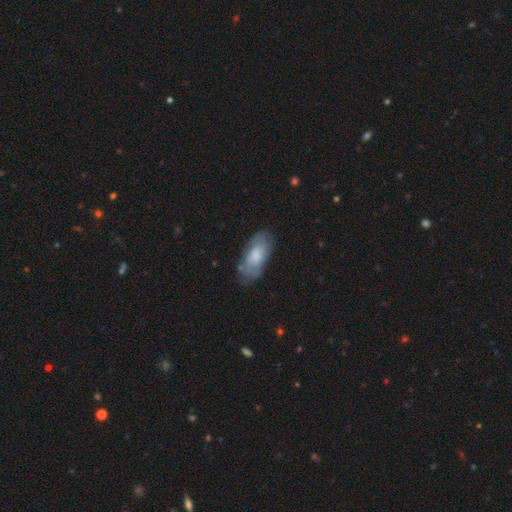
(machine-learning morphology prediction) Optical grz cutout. It shows a smooth galaxy with no disk features (64%) that is in between round and cigar-shaped (90%). Merging: none (64%).